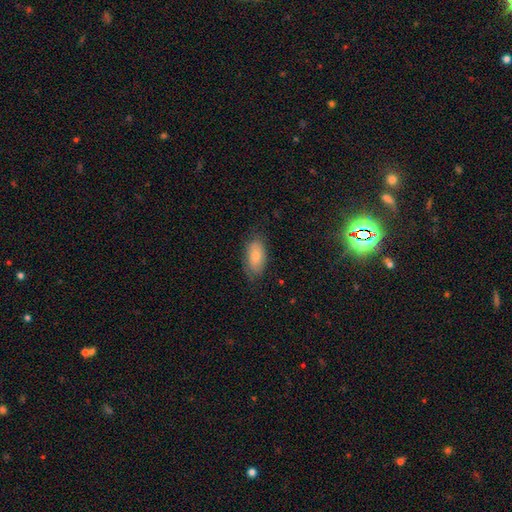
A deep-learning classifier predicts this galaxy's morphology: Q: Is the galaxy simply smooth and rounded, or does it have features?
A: smooth — 78%.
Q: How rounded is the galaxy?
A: in between — 93%.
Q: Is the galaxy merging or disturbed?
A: none — 74%.